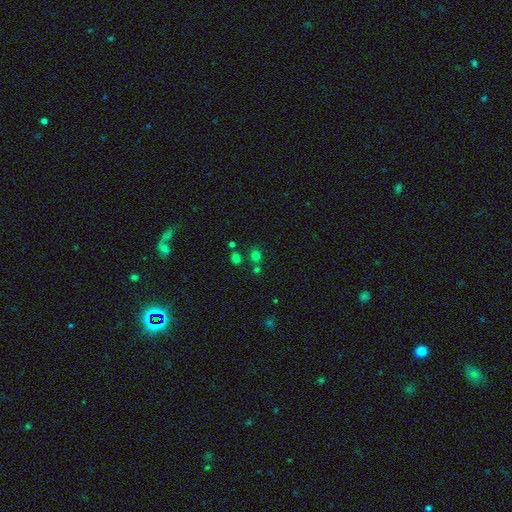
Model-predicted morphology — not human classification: The model was most divided on "smooth or featured": smooth: 65%, star or artifact: 29%, featured or disk: 7%. More confident: how rounded — round (84%); merging — none (71%).